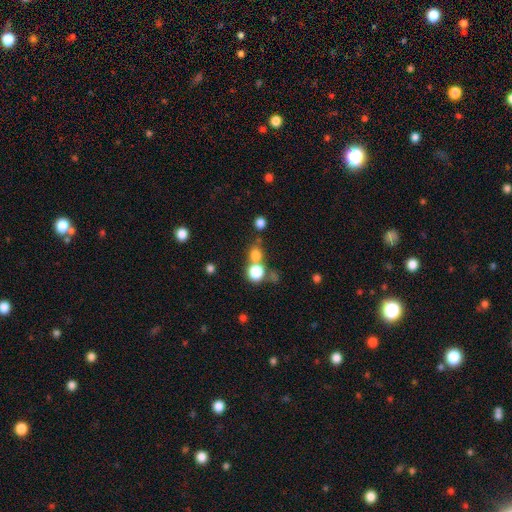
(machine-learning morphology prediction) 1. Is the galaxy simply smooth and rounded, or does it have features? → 73% smooth, 18% star or artifact, 9% featured or disk.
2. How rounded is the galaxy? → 84% round, 15% in between, 1% cigar-shaped.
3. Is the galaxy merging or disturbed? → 53% none, 34% merger, 8% minor disturbance, 5% major disturbance.